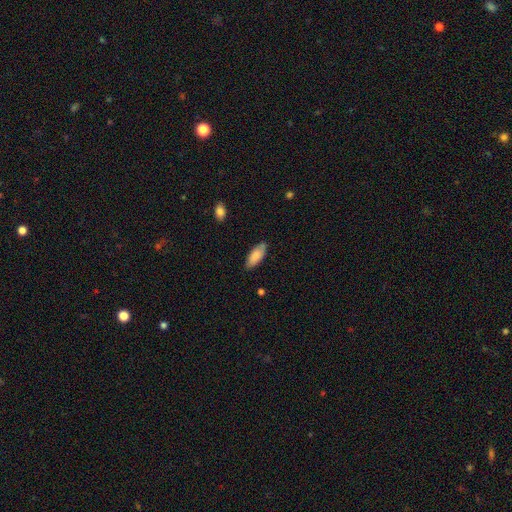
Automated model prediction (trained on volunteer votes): This appears to be a smooth galaxy with no disk features (85%) that is in between round and cigar-shaped (79%). Merging: none (83%).